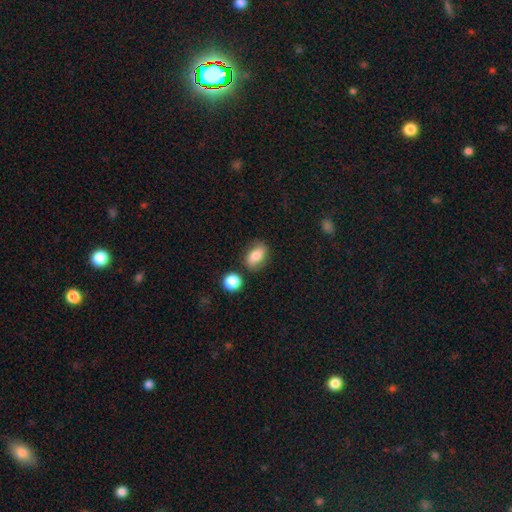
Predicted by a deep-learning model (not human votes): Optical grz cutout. It shows a smooth galaxy with no disk features (76%) that is in between round and cigar-shaped (81%). Merging: none (72%).